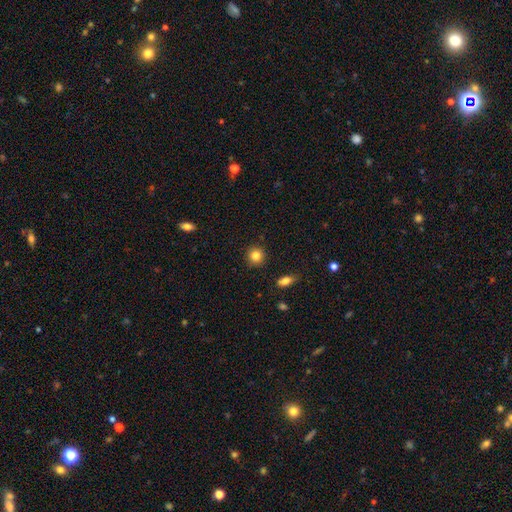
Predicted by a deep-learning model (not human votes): Smooth or featured?
  - smooth: 85% *
  - star or artifact: 10%
  - featured or disk: 5%
How rounded?
  - round: 92% *
  - in between: 7%
  - cigar-shaped: 1%
Merging?
  - none: 91% *
  - minor disturbance: 6%
  - major disturbance: 2%
  - merger: 1%